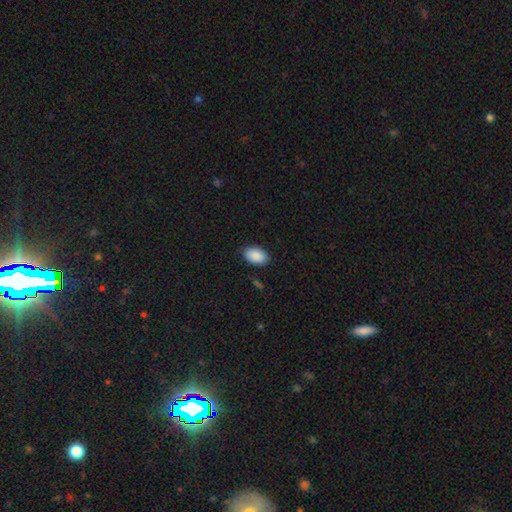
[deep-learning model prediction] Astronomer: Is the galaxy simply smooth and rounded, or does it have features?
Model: smooth — 91%.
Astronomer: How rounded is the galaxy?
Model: in between — 92%.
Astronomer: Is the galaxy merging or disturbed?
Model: none — 87%.